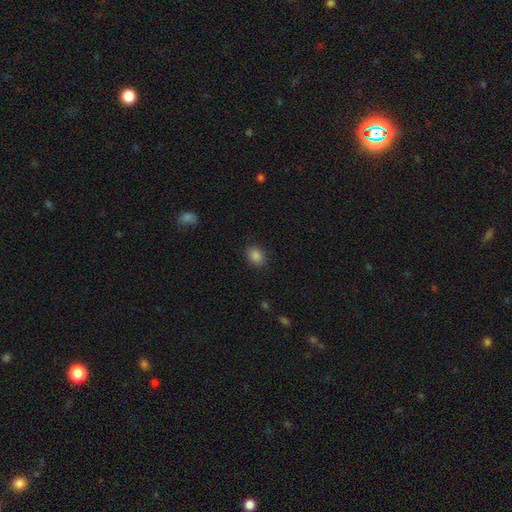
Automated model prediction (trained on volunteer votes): Smooth or featured? smooth (86%)
How rounded? in between (63%)
Merging? none (87%)